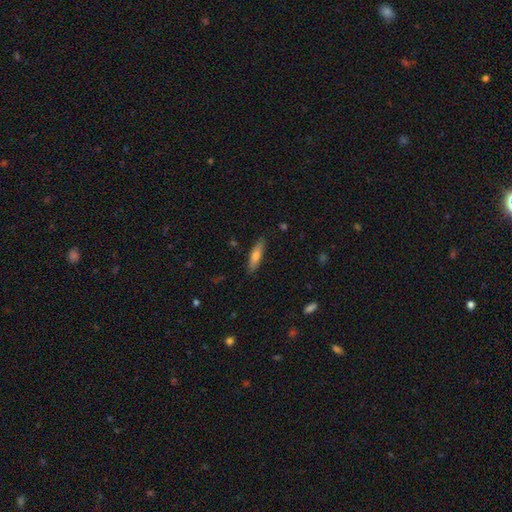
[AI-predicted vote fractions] Overall: smooth (69%). How rounded: cigar-shaped (66%; in between 32%). Merging: none (87%).